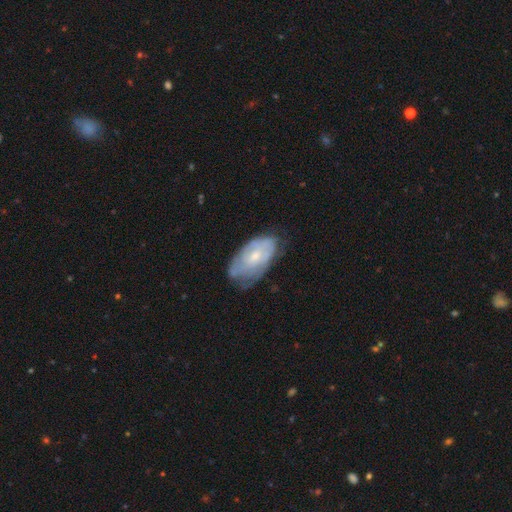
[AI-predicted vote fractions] Overall: featured or disk (56%; smooth 37%). Edge-on disk: no (93%). Bar: no (77%). Spiral arms: yes (61%; no 39%). Bulge size: small (51%; moderate 42%). Merging: none (57%; minor disturbance 31%).